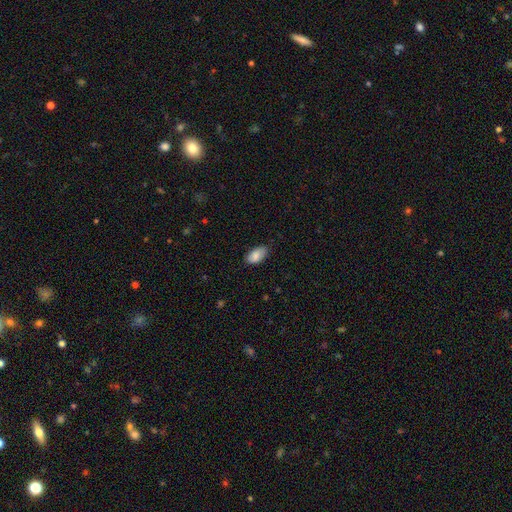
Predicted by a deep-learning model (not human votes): This is clearly a smooth galaxy (85%). How rounded: clearly in between (94%). Merging: likely none (77%).